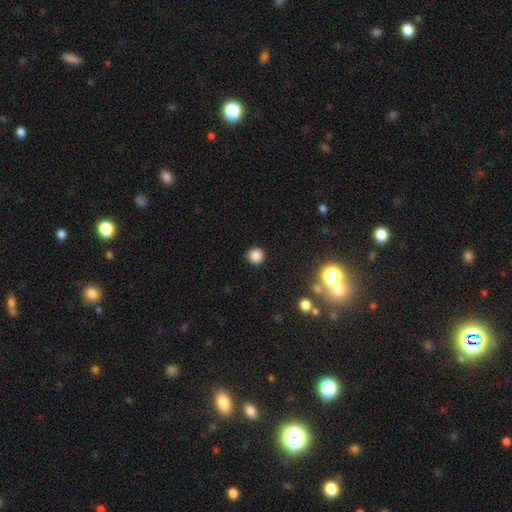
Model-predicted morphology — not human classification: A smooth galaxy with no disk features (85%) that is round (95%).

Vote fractions:
- Smooth or featured? smooth: 85% / star or artifact: 12% / featured or disk: 3%
- How rounded? round: 95% / in between: 4% / cigar-shaped: 1%
- Merging? none: 91% / minor disturbance: 5% / major disturbance: 2% / merger: 1%